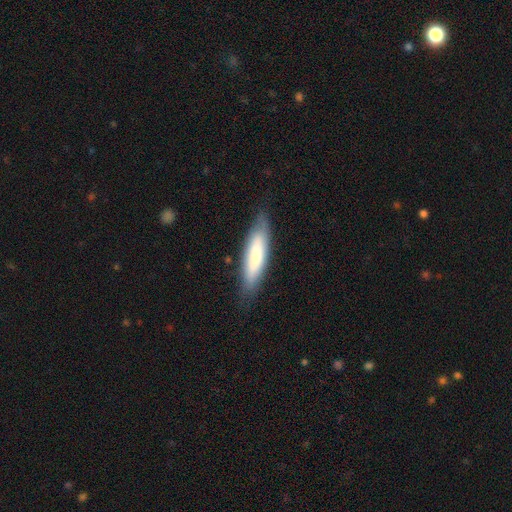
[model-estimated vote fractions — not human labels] Smooth or featured: smooth — 70% (featured or disk — 24%)
How rounded: cigar-shaped — 64% (in between — 34%)
Merging: none — 80% (minor disturbance — 16%)